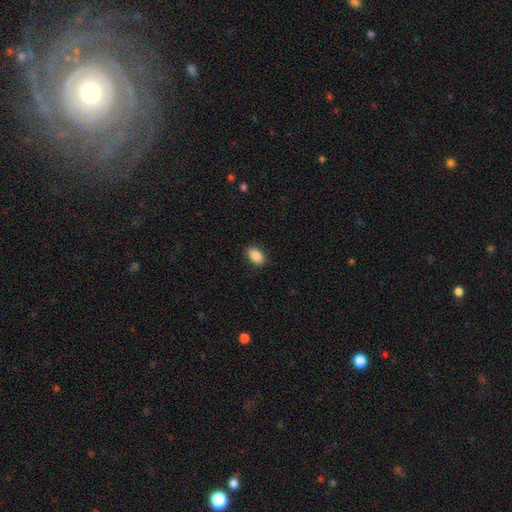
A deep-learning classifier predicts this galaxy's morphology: Q: Smooth or featured?
A: smooth (89%); runner-up: star or artifact (7%)
Q: How rounded?
A: in between (90%); runner-up: round (9%)
Q: Merging?
A: none (89%); runner-up: minor disturbance (8%)